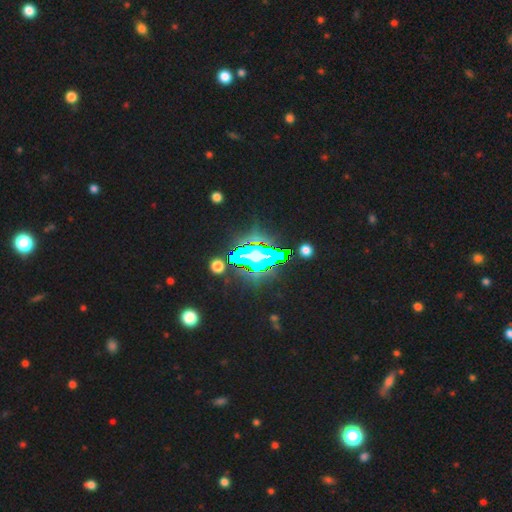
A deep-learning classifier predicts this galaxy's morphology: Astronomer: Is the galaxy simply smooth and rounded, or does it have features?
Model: star or artifact — 58%.